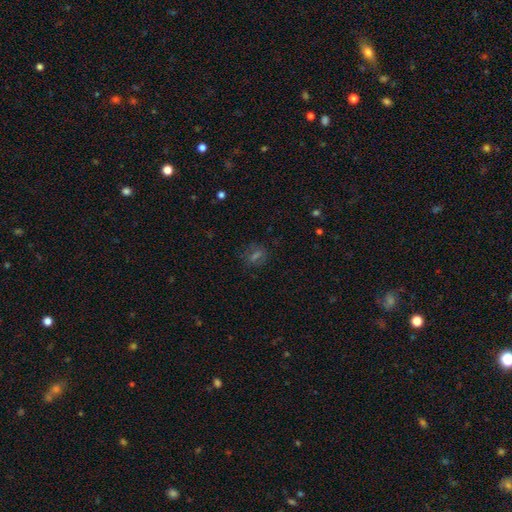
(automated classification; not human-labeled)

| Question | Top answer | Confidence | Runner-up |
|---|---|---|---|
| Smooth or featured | smooth | 43% | star or artifact (35%) |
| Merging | none | 78% | minor disturbance (13%) |